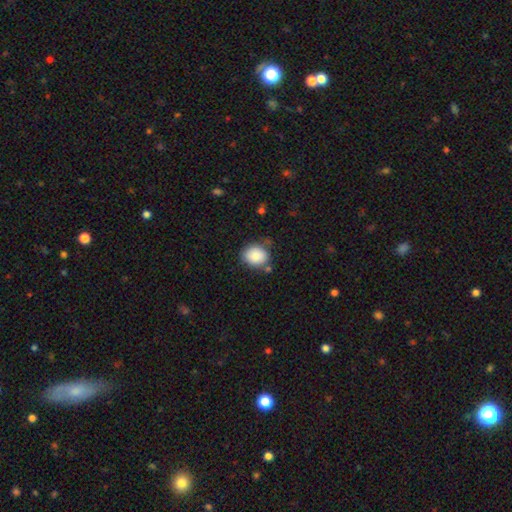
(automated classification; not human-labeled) This appears to be a smooth galaxy with no disk features (87%) that is round (59%). Merging: none (71%).